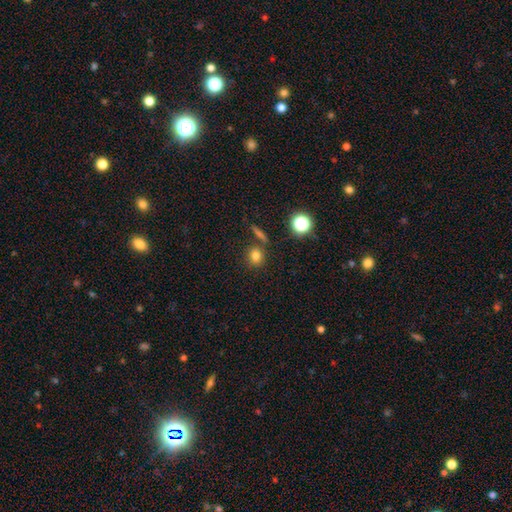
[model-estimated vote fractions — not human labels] Smooth or featured? Predicted: smooth (p=0.78). How rounded? Predicted: round (p=0.79). Merging? Predicted: none (p=0.76).